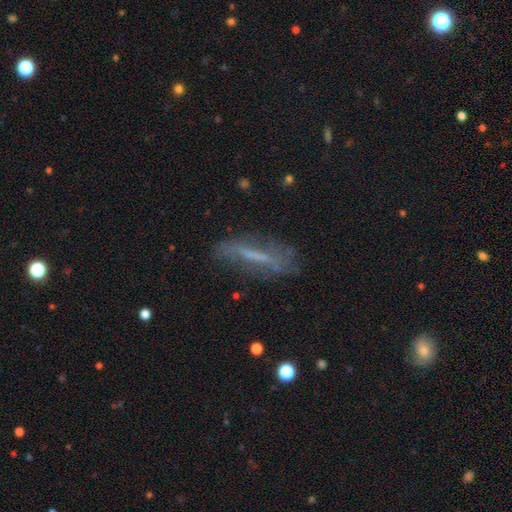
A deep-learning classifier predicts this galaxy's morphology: A featured or disk galaxy (52%) viewed edge-on (50%, tied with no). Merging: none (64%).